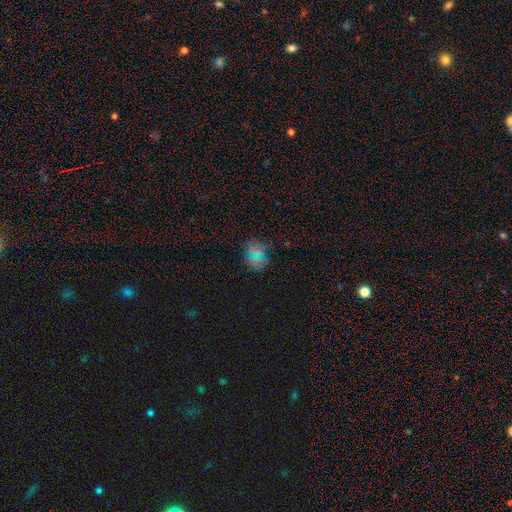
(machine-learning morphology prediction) Q: Smooth or featured?
A: smooth (45%); runner-up: star or artifact (44%)
Q: Merging?
A: none (82%); runner-up: minor disturbance (11%)